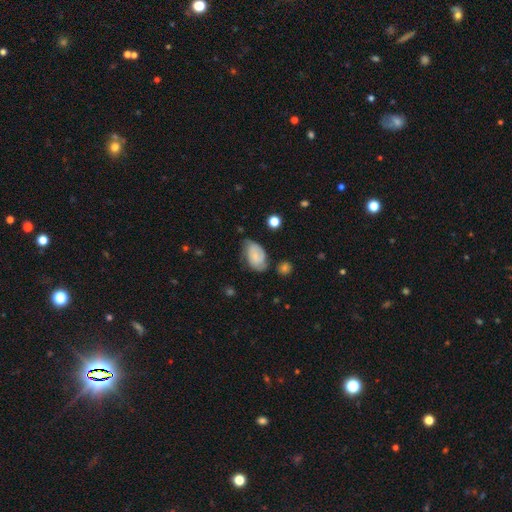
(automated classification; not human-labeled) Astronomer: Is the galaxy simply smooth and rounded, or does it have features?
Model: smooth — 56% (runner-up: featured or disk, 36%).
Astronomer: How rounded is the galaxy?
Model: in between — 90%.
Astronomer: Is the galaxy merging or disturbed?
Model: none — 52% (runner-up: minor disturbance, 32%).